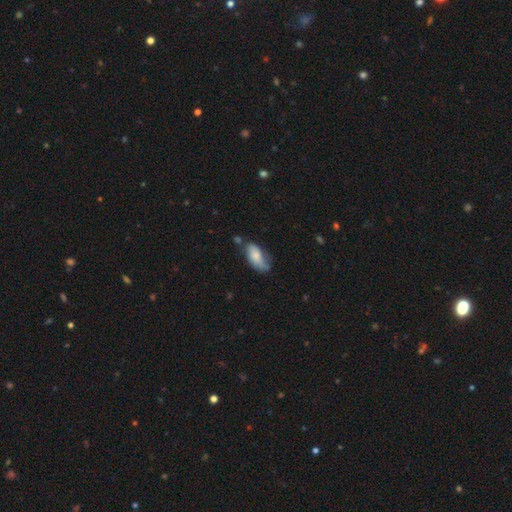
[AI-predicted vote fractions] Smooth or featured? smooth (68%)
How rounded? in between (87%)
Merging? none (46%)